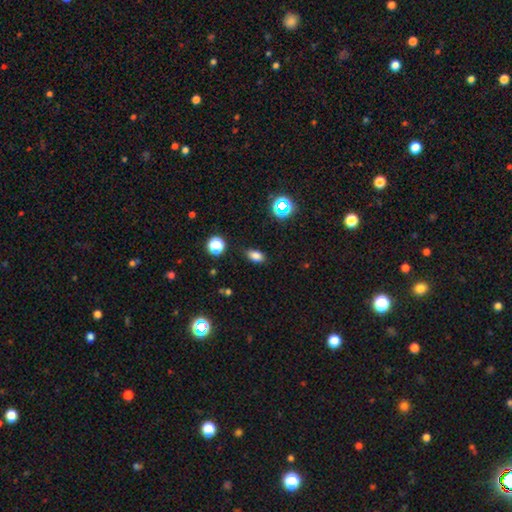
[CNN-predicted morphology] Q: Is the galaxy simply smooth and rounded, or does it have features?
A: smooth — 80%.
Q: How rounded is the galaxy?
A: in between — 84%.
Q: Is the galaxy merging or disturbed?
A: none — 85%.